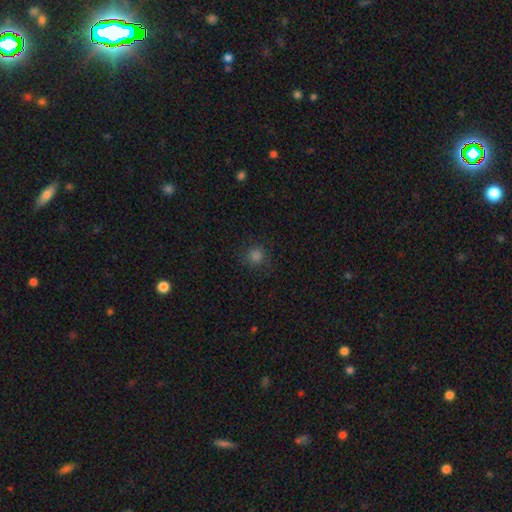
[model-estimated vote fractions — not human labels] A smooth galaxy with no disk features (78%) that is round (94%). Merging: none (86%).